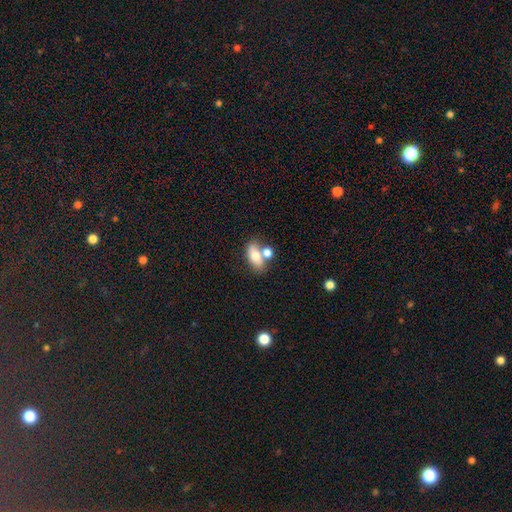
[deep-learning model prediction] Morphology: type=smooth (68%); roundness=in between (82%); merging=none (44%).